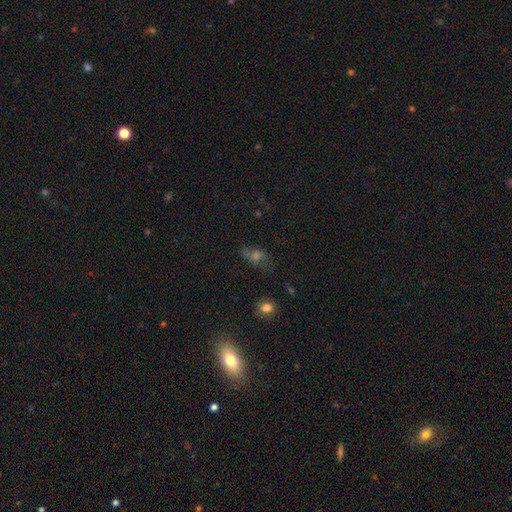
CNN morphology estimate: The model was most divided on "smooth or featured": smooth: 40%, featured or disk: 32%, star or artifact: 28%. More confident: merging — none (57%).